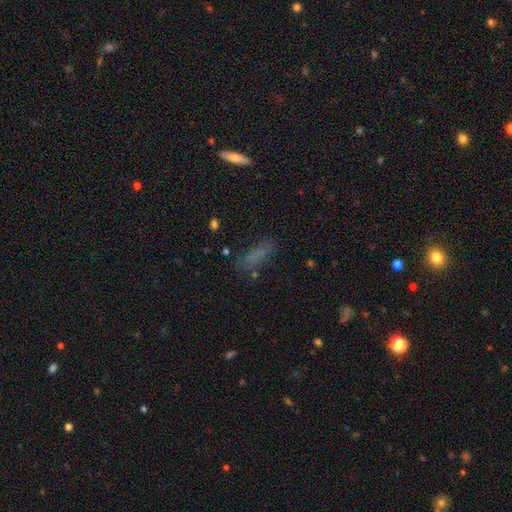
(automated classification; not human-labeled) Smooth or featured: smooth — 69% (star or artifact — 17%)
How rounded: cigar-shaped — 52% (in between — 45%)
Merging: none — 69% (minor disturbance — 18%)